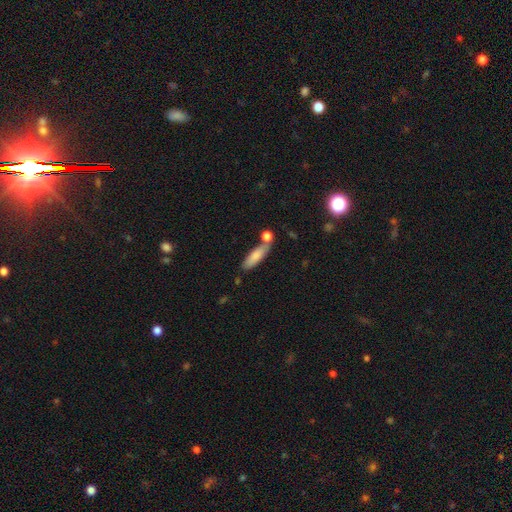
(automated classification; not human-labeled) Morphology: type=smooth (79%); roundness=cigar-shaped (64%); merging=none (66%).